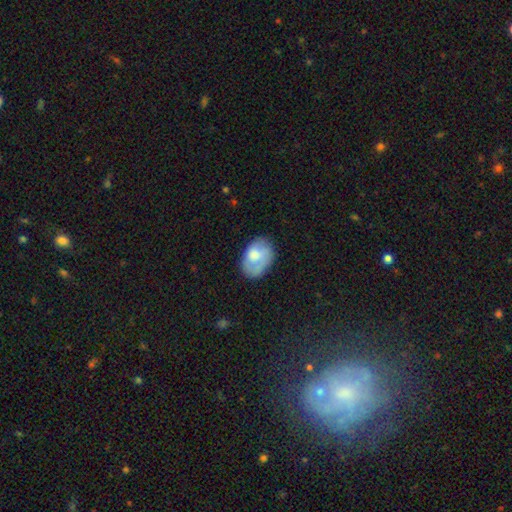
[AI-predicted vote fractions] smooth_or_featured: smooth (p=0.66) [alt: featured or disk p=0.27]
how_rounded: in between (p=0.84) [alt: round p=0.14]
merging: none (p=0.58) [alt: minor disturbance p=0.28]